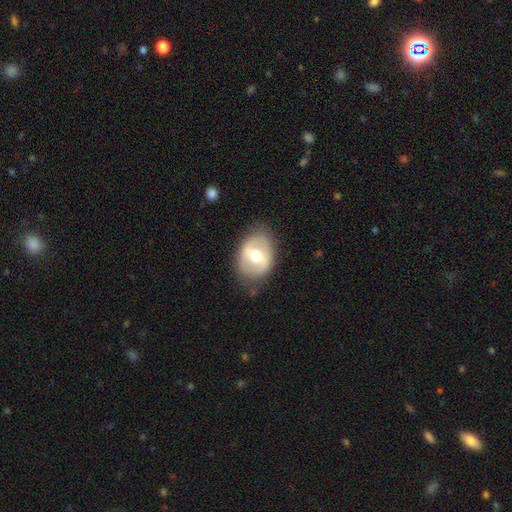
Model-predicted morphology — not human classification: Smooth or featured? Predicted: featured or disk (p=0.57). Edge-on disk? Predicted: no (p=0.94). Bar? Predicted: weak (p=0.41). Spiral arms? Predicted: no (p=0.63). Bulge size? Predicted: moderate (p=0.71). Merging? Predicted: none (p=0.76).